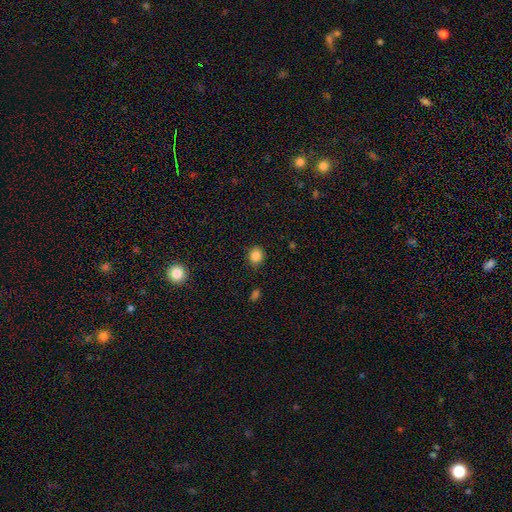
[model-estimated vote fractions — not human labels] This appears to be a smooth galaxy with no disk features (85%) that is round (78%). Merging: none (85%).